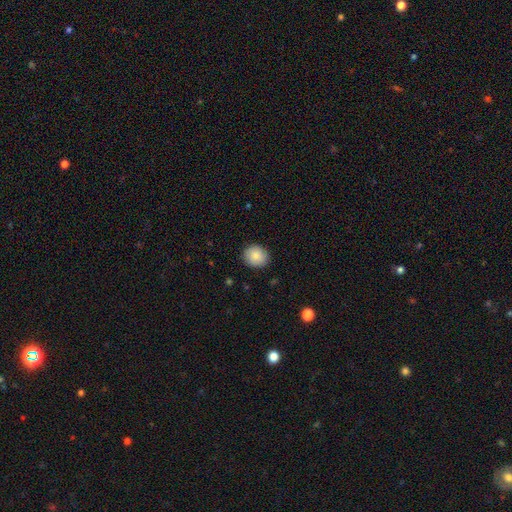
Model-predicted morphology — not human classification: Smooth or featured: smooth — 85% (featured or disk — 7%)
How rounded: round — 78% (in between — 21%)
Merging: none — 88% (minor disturbance — 9%)